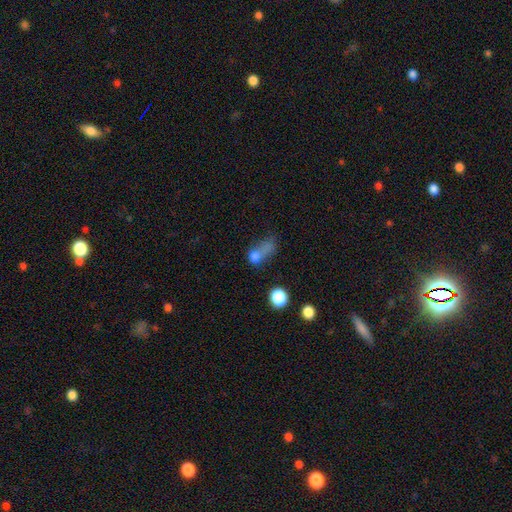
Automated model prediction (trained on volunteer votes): This appears to be a smooth galaxy with no disk features (69%) that is in between round and cigar-shaped (52%). Merging: major disturbance (36%).